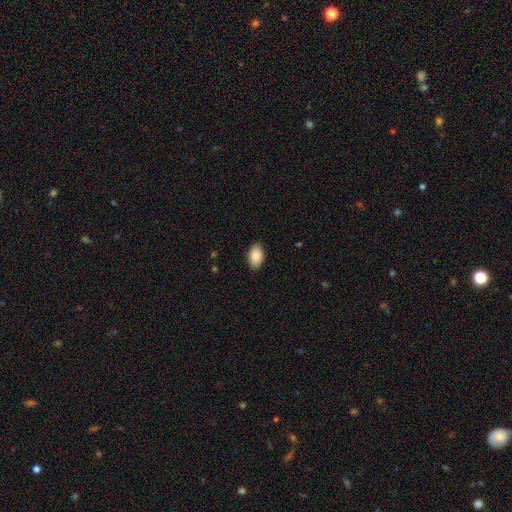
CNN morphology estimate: Overall: smooth (89%). How rounded: in between (93%). Merging: none (87%).